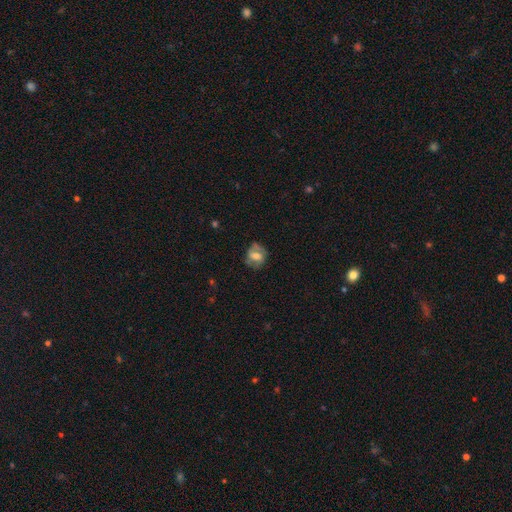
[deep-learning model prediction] smooth_or_featured: smooth (p=0.50) [alt: featured or disk p=0.42]
merging: none (p=0.64) [alt: minor disturbance p=0.24]